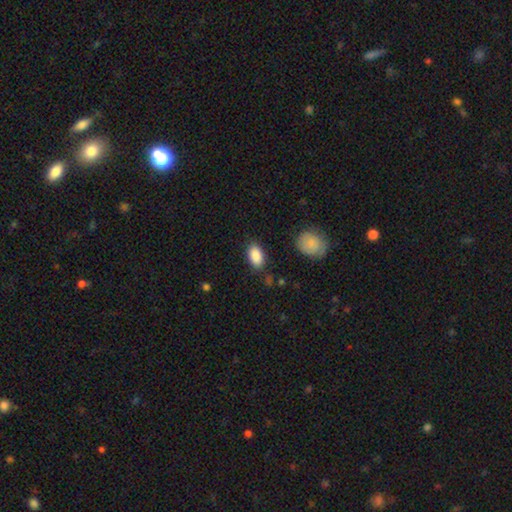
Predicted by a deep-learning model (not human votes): This is clearly a smooth galaxy (89%). How rounded: clearly in between (93%). Merging: clearly none (84%).